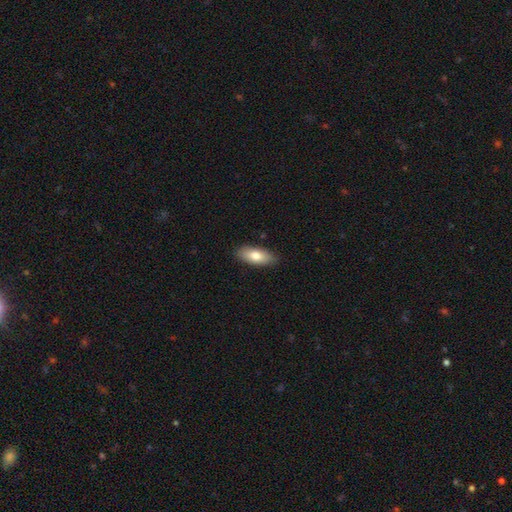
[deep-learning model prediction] This is likely a smooth galaxy (78%). How rounded: likely in between (79%). Merging: clearly none (87%).